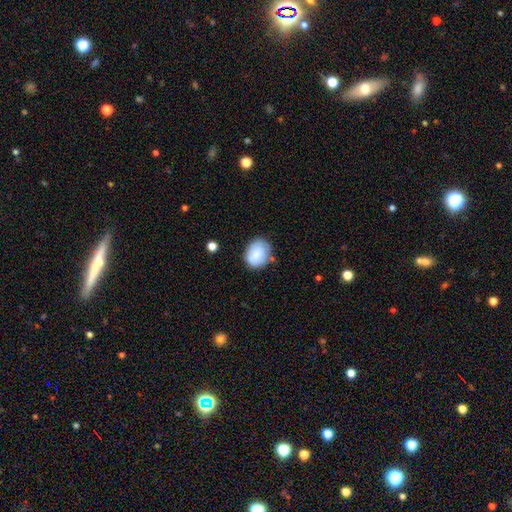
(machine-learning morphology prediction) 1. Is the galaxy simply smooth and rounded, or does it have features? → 80% smooth, 12% featured or disk, 7% star or artifact.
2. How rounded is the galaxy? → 53% in between, 46% round, 1% cigar-shaped.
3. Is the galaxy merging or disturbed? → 68% none, 22% minor disturbance, 5% major disturbance, 4% merger.